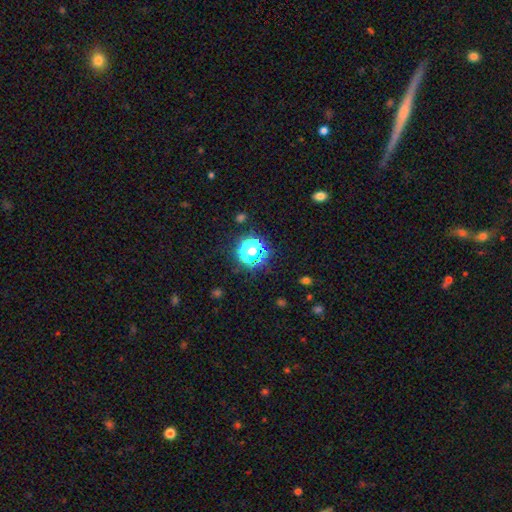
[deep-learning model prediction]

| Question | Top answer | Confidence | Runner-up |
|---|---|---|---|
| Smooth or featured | star or artifact | 47% | smooth (43%) |